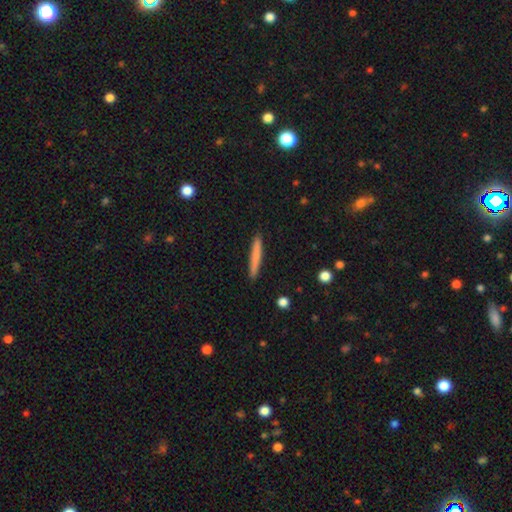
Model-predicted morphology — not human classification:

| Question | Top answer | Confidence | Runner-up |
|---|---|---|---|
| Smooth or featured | smooth | 75% | featured or disk (20%) |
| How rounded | cigar-shaped | 96% | in between (3%) |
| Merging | none | 91% | minor disturbance (7%) |